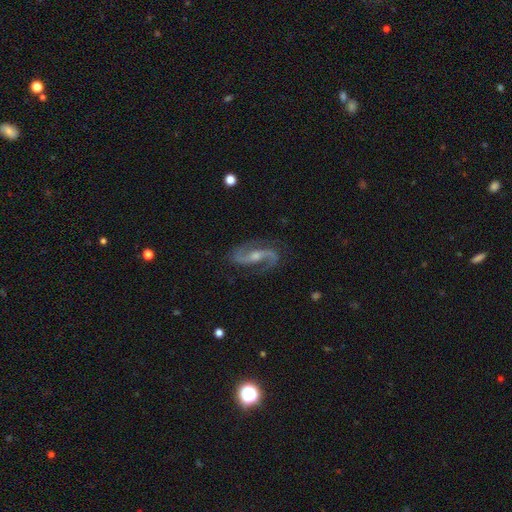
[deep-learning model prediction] smooth_or_featured: featured or disk (p=0.92) [alt: star or artifact p=0.05]
disk_edge_on: no (p=0.97) [alt: yes p=0.03]
bar: weak (p=0.40) [alt: no p=0.30]
has_spiral_arms: yes (p=0.98) [alt: no p=0.02]
spiral_winding: medium (p=0.46) [alt: loose p=0.43]
spiral_arm_count: 2 (p=0.94) [alt: 1 p=0.02]
bulge_size: moderate (p=0.47) [alt: small p=0.46]
merging: none (p=0.81) [alt: minor disturbance p=0.13]